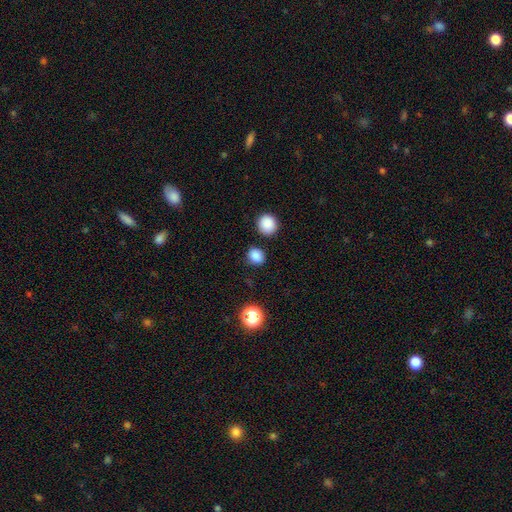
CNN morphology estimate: smooth_or_featured: smooth (p=0.84) [alt: star or artifact p=0.12]
how_rounded: round (p=0.71) [alt: in between p=0.28]
merging: none (p=0.81) [alt: minor disturbance p=0.10]